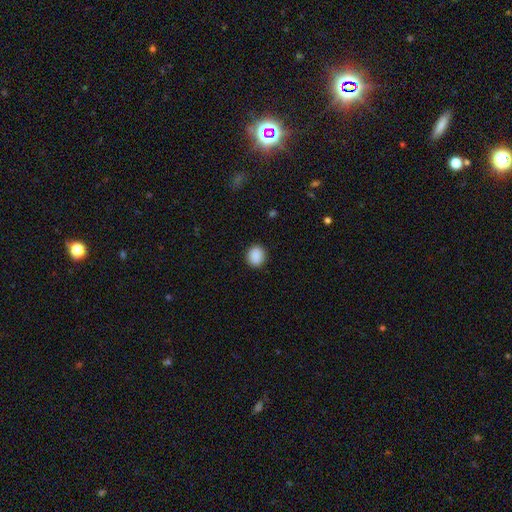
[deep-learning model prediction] smooth-or-featured: smooth: 90% | star or artifact: 8% | featured or disk: 2%
  how-rounded: round: 71% | in between: 28% | cigar-shaped: 1%
  merging: none: 90% | minor disturbance: 7% | major disturbance: 2% | merger: 1%